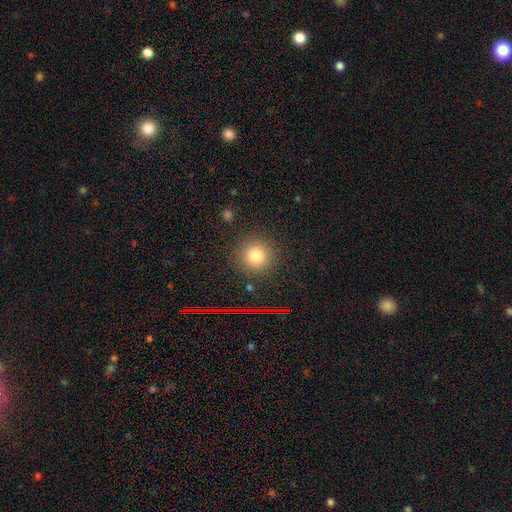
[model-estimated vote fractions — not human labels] Smooth or featured?
  - smooth: 77% *
  - star or artifact: 16%
  - featured or disk: 7%
How rounded?
  - round: 94% *
  - in between: 5%
  - cigar-shaped: 1%
Merging?
  - none: 88% *
  - minor disturbance: 7%
  - major disturbance: 3%
  - merger: 2%